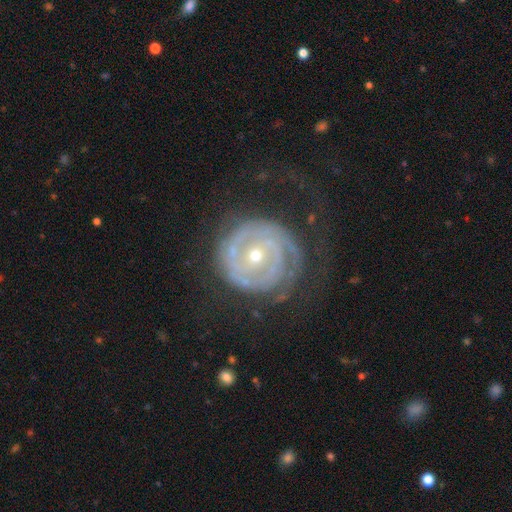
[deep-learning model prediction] This appears to be a featured or disk galaxy (86%) with no bar (65%), 2 (39%) tight (76%) spiral arms (93%) and a small central bulge (62%). Merging: none (63%).